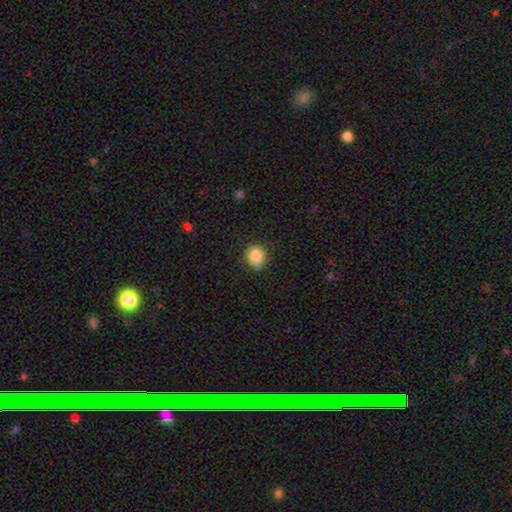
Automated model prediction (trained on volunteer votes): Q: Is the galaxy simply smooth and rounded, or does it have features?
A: smooth — 85%.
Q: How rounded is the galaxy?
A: round — 83%.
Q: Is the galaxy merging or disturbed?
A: none — 73%.